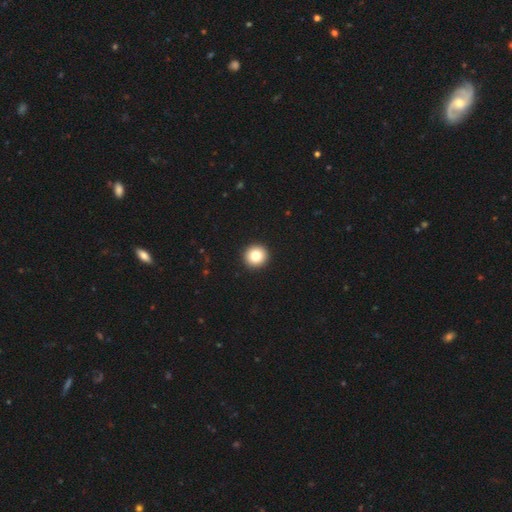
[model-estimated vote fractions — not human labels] This is clearly a smooth galaxy (82%). How rounded: clearly round (95%). Merging: clearly none (94%).